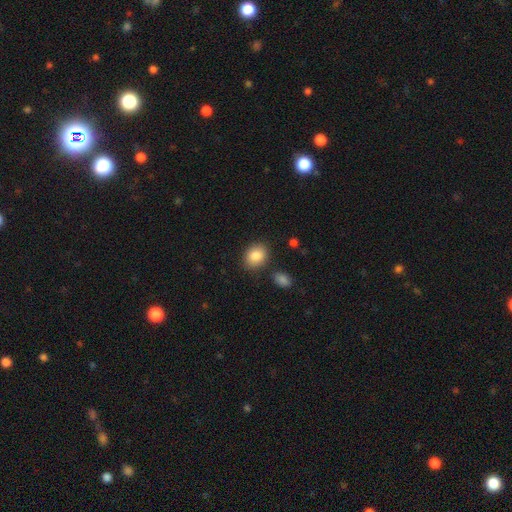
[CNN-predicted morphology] Smooth or featured? Predicted: smooth (p=0.86). How rounded? Predicted: in between (p=0.54). Merging? Predicted: none (p=0.82).